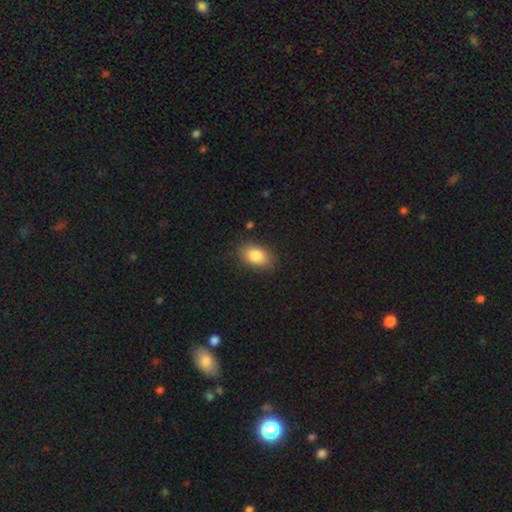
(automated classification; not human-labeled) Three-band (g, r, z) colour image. It shows a smooth galaxy with no disk features (85%) that is in between round and cigar-shaped (87%). Merging: none (84%).